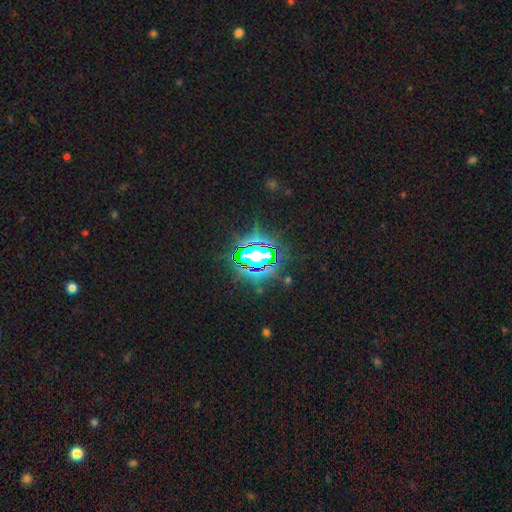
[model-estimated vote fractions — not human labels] Smooth or featured?
  - star or artifact: 82% *
  - smooth: 10%
  - featured or disk: 7%